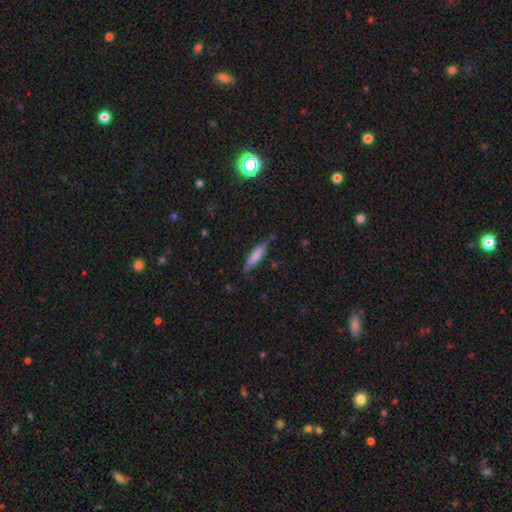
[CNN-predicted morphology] Smooth or featured?
  - smooth: 71% *
  - featured or disk: 22%
  - star or artifact: 6%
How rounded?
  - cigar-shaped: 69% *
  - in between: 29%
  - round: 2%
Merging?
  - none: 66% *
  - minor disturbance: 26%
  - major disturbance: 6%
  - merger: 2%